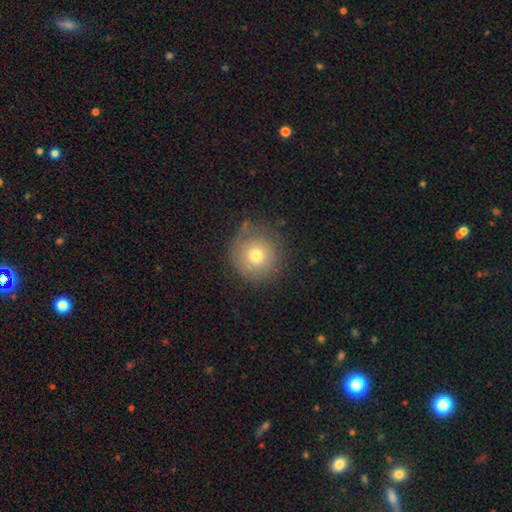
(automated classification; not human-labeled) A smooth galaxy with no disk features (73%) that is round (94%).

Vote fractions:
- Smooth or featured? smooth: 73% / featured or disk: 16% / star or artifact: 11%
- How rounded? round: 94% / in between: 5% / cigar-shaped: 1%
- Merging? none: 77% / minor disturbance: 16% / major disturbance: 5% / merger: 2%